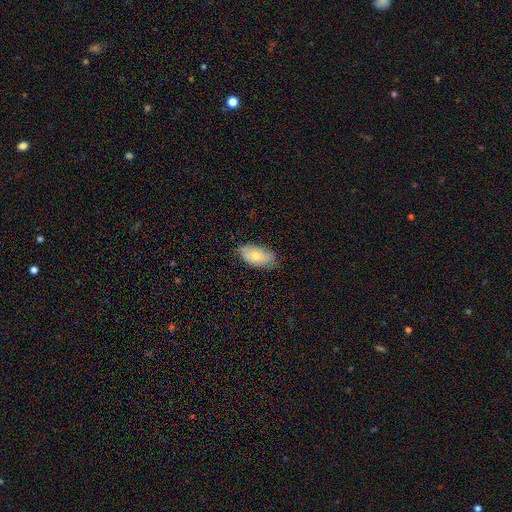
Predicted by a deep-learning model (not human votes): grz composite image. It shows a smooth galaxy with no disk features (69%) that is in between round and cigar-shaped (94%). Merging: none (74%).